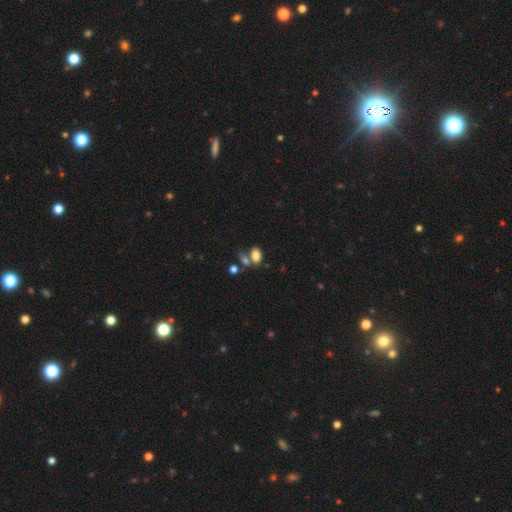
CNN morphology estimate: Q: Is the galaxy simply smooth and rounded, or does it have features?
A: smooth — 80%.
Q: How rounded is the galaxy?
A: in between — 86%.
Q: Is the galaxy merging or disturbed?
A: none — 45%.